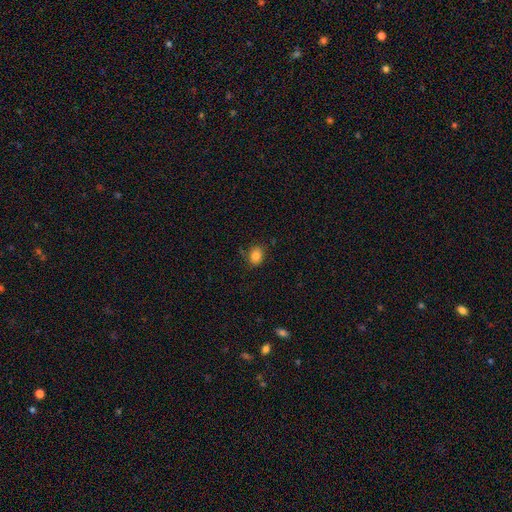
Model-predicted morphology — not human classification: A smooth galaxy with no disk features (83%) that is in between round and cigar-shaped (52%). Merging: none (78%).